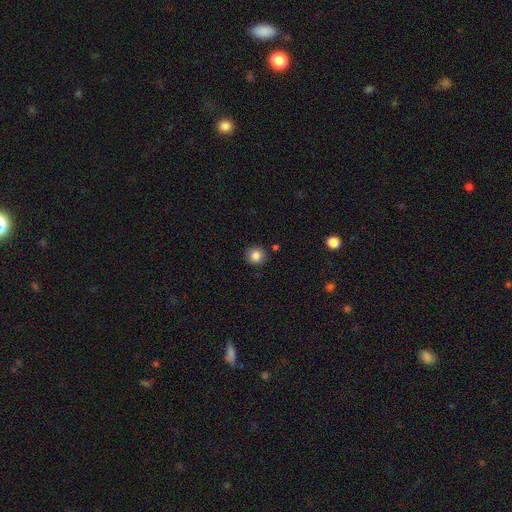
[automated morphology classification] Smooth or featured: smooth — 84% (star or artifact — 11%)
How rounded: round — 93% (in between — 6%)
Merging: none — 89% (minor disturbance — 7%)